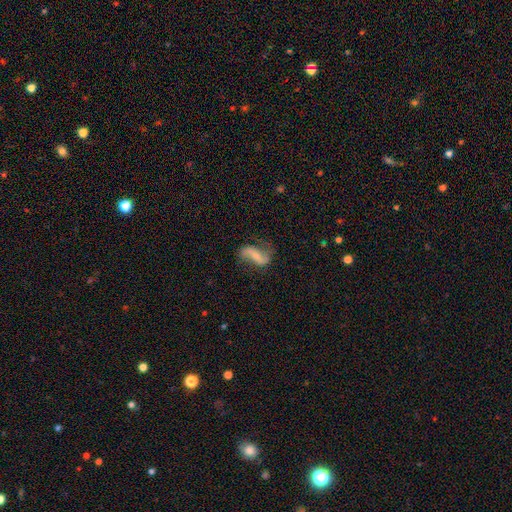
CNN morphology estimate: The model was most divided on "bar": strong: 35%, weak: 33%, no: 32%. Remaining: edge-on disk — no (95%); spiral arms — yes (90%); spiral arm count — 2 (90%); spiral winding — loose (71%); smooth or featured — featured or disk (66%); merging — none (62%); bulge size — small (43%).